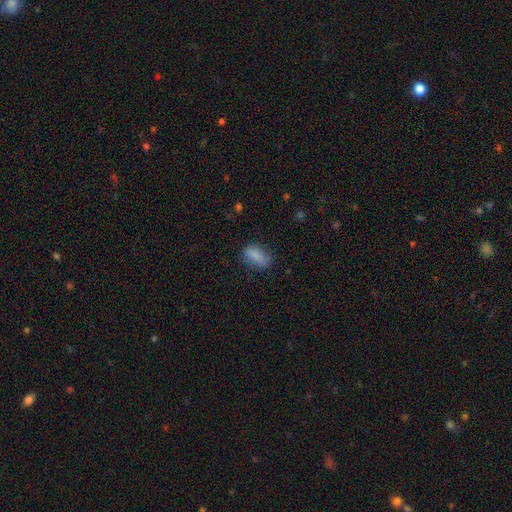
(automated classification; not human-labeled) smooth-or-featured: smooth: 84% | star or artifact: 9% | featured or disk: 7%
  how-rounded: in between: 88% | cigar-shaped: 8% | round: 5%
  merging: none: 70% | minor disturbance: 22% | major disturbance: 7% | merger: 2%